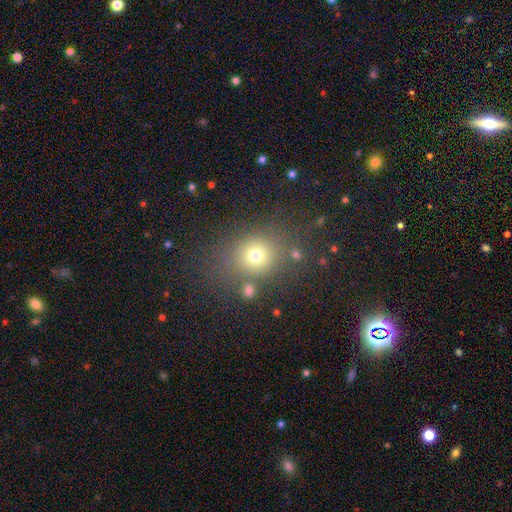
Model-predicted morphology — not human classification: smooth-or-featured: smooth: 72% | star or artifact: 18% | featured or disk: 10%
  how-rounded: round: 62% | in between: 36% | cigar-shaped: 1%
  merging: none: 73% | minor disturbance: 13% | major disturbance: 7% | merger: 7%